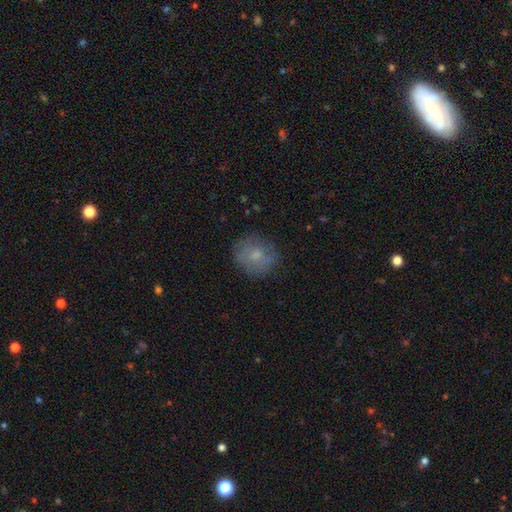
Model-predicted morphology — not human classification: Smooth or featured? Predicted: smooth (p=0.65). How rounded? Predicted: round (p=0.81). Merging? Predicted: none (p=0.78).